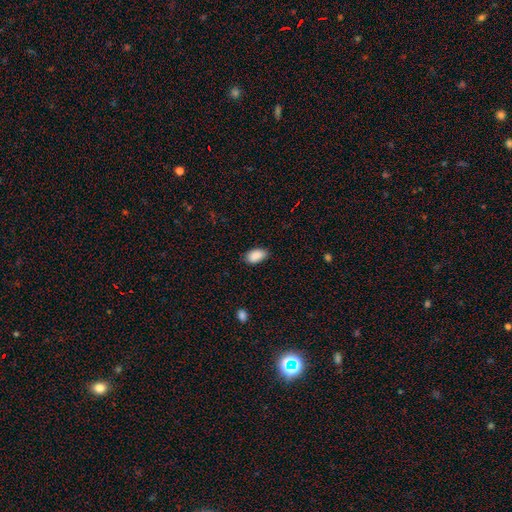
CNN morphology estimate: Smooth or featured? Predicted: smooth (p=0.90). How rounded? Predicted: in between (p=0.94). Merging? Predicted: none (p=0.80).